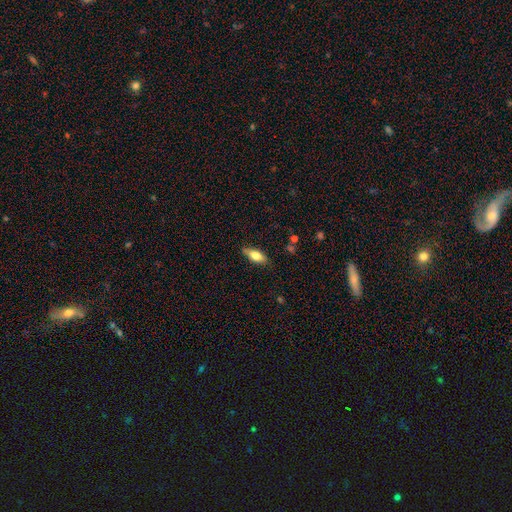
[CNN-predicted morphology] A smooth galaxy with no disk features (70%) that is in between round and cigar-shaped (75%). Merging: none (78%).